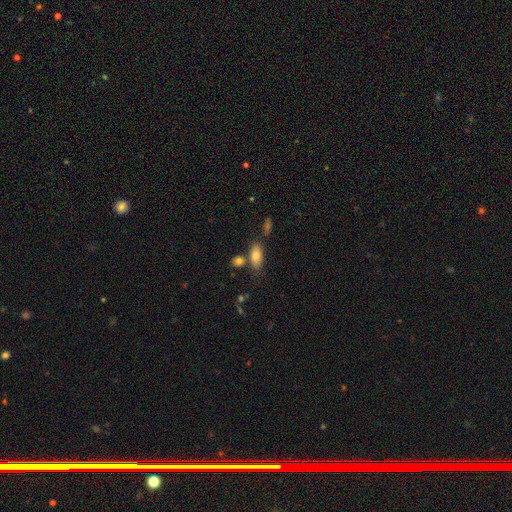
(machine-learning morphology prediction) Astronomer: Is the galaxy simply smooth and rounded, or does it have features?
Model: smooth — 79%.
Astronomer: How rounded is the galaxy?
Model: in between — 87%.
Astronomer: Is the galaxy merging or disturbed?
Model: none — 69%.